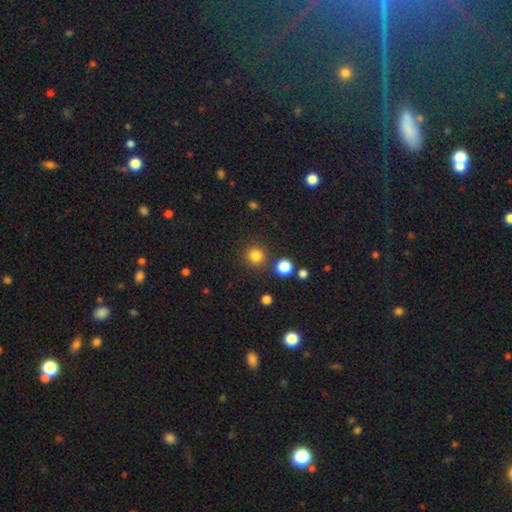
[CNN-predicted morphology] This is clearly a smooth galaxy (82%). How rounded: clearly round (94%). Merging: clearly none (86%).